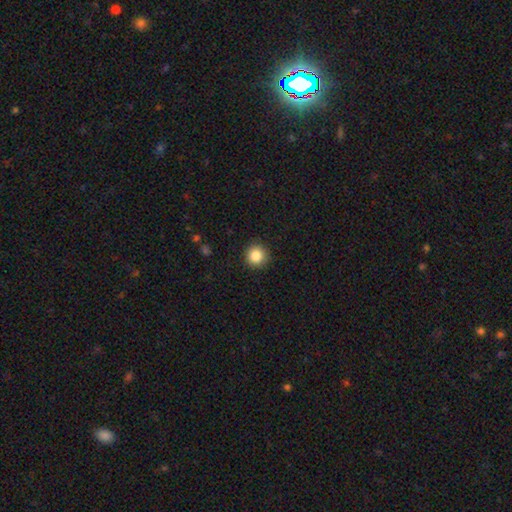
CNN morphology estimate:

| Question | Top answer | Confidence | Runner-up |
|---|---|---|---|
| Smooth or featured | smooth | 85% | star or artifact (10%) |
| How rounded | round | 94% | in between (5%) |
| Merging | none | 91% | minor disturbance (6%) |